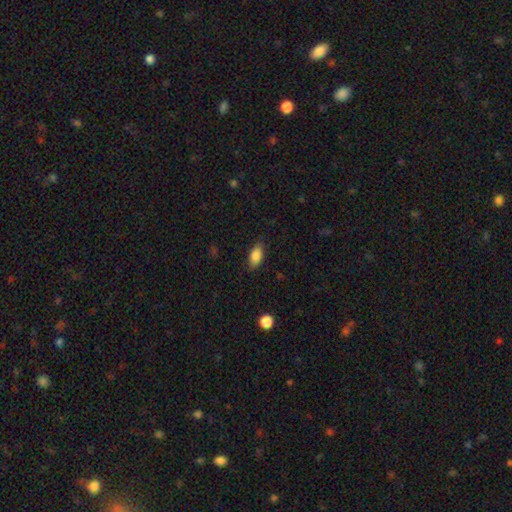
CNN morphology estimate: smooth_or_featured: smooth (p=0.85) [alt: star or artifact p=0.08]
how_rounded: in between (p=0.90) [alt: cigar-shaped p=0.06]
merging: none (p=0.84) [alt: minor disturbance p=0.12]